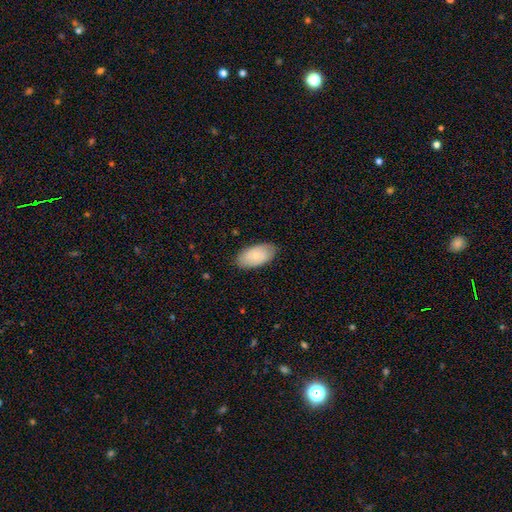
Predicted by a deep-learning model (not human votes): smooth-or-featured: smooth: 74% | featured or disk: 20% | star or artifact: 6%
  how-rounded: in between: 95% | cigar-shaped: 3% | round: 3%
  merging: none: 82% | minor disturbance: 15% | major disturbance: 3% | merger: 1%